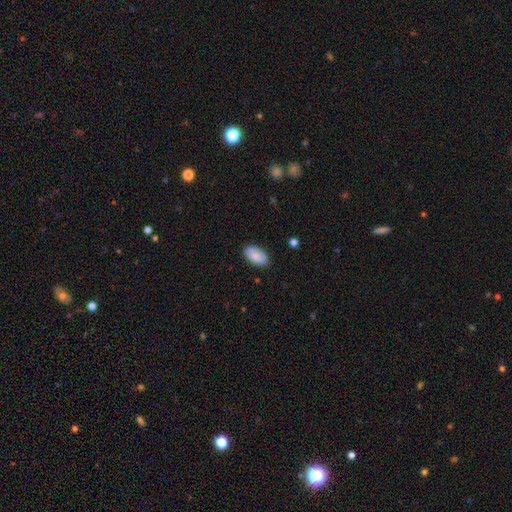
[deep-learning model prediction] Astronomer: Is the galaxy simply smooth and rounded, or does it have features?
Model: smooth — 85%.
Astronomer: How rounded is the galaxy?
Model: in between — 95%.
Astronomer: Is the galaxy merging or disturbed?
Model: none — 86%.